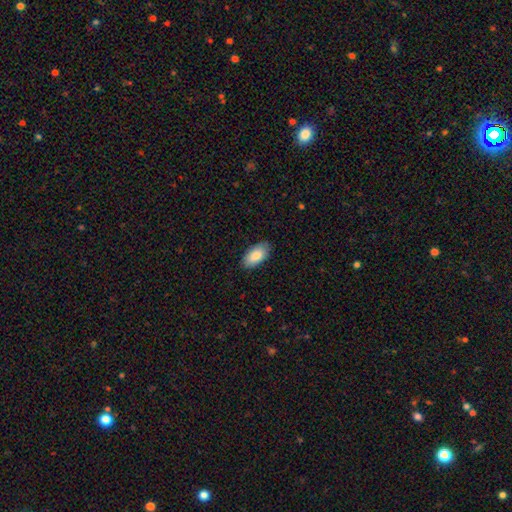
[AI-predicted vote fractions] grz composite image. It shows a smooth galaxy with no disk features (87%) that is in between round and cigar-shaped (95%). Merging: none (86%).